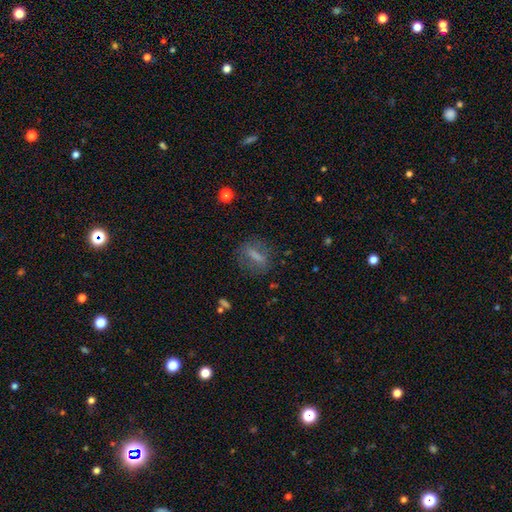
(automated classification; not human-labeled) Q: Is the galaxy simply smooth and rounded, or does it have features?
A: smooth — 52%.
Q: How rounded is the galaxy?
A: cigar-shaped — 54%.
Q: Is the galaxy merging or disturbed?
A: none — 79%.